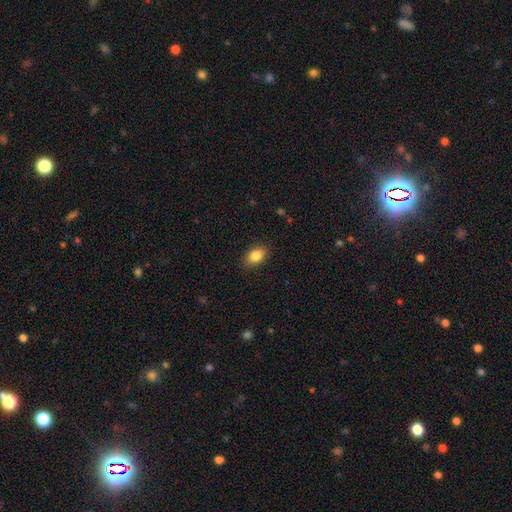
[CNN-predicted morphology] Smooth or featured? smooth (85%)
How rounded? in between (85%)
Merging? none (87%)